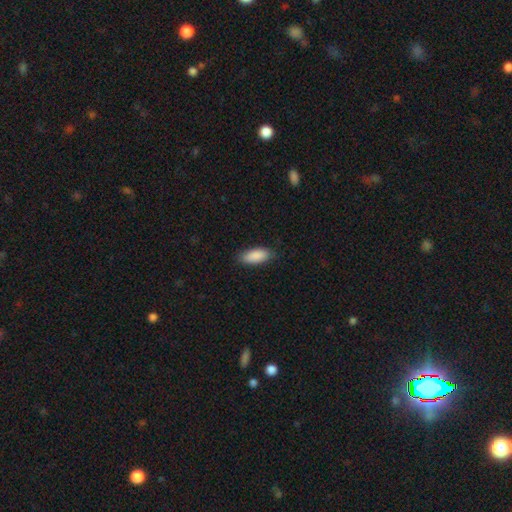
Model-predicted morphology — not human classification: Smooth or featured: smooth — 90% (star or artifact — 6%)
How rounded: in between — 83% (cigar-shaped — 15%)
Merging: none — 85% (minor disturbance — 12%)